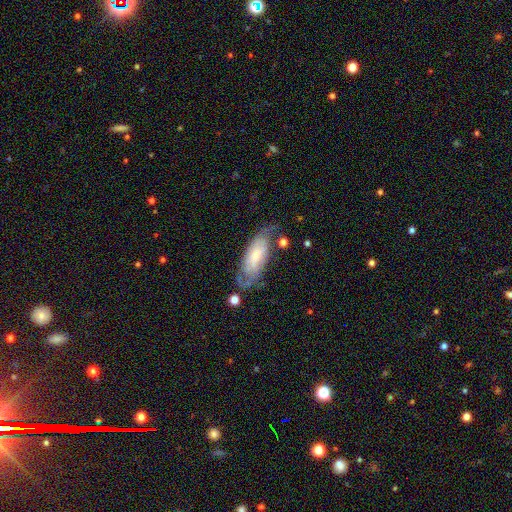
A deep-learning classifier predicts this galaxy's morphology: smooth_or_featured: featured or disk (p=0.55) [alt: smooth p=0.38]
disk_edge_on: no (p=0.86) [alt: yes p=0.14]
merging: none (p=0.51) [alt: minor disturbance p=0.27]